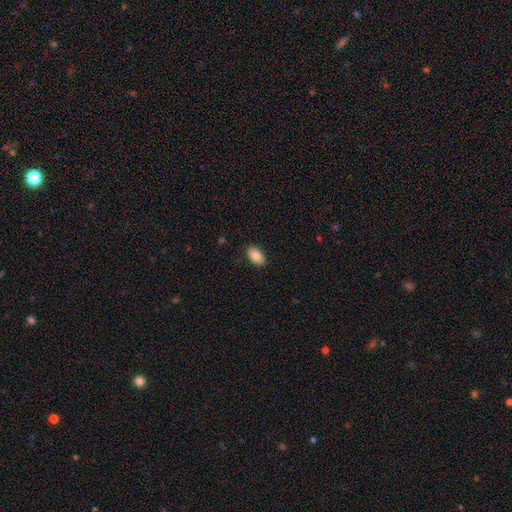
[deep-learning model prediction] A smooth galaxy with no disk features (85%) that is in between round and cigar-shaped (92%).

Vote fractions:
- Smooth or featured? smooth: 85% / featured or disk: 7% / star or artifact: 7%
- How rounded? in between: 92% / round: 6% / cigar-shaped: 2%
- Merging? none: 87% / minor disturbance: 10% / major disturbance: 2% / merger: 1%